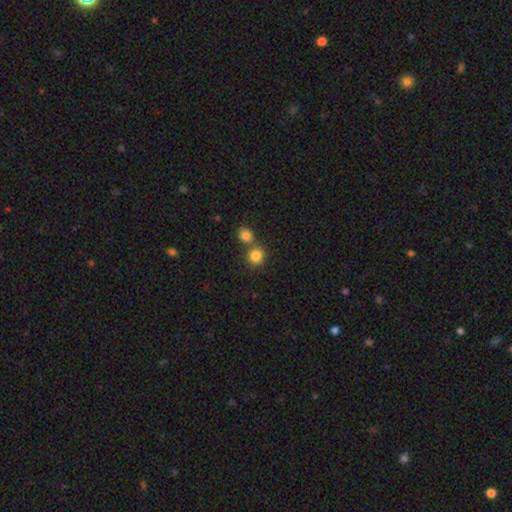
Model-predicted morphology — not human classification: smooth_or_featured: smooth (p=0.83) [alt: star or artifact p=0.11]
how_rounded: round (p=0.88) [alt: in between p=0.11]
merging: none (p=0.60) [alt: merger p=0.31]